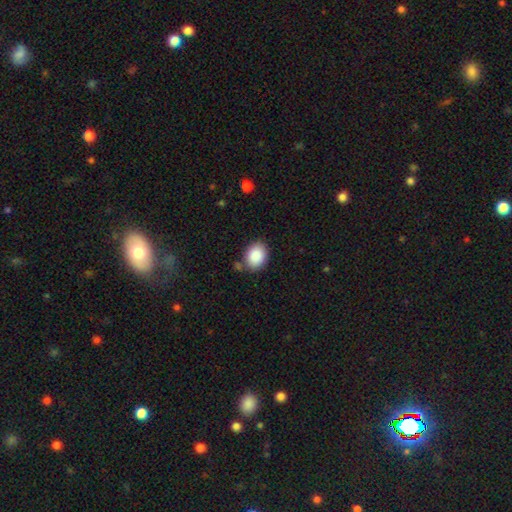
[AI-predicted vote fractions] A smooth galaxy with no disk features (88%) that is in between round and cigar-shaped (63%). Merging: none (78%).